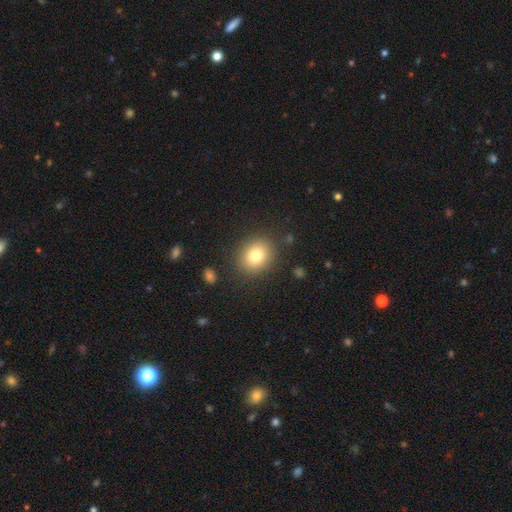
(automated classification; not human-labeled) This appears to be a smooth galaxy with no disk features (80%) that is round (68%). Merging: none (86%).